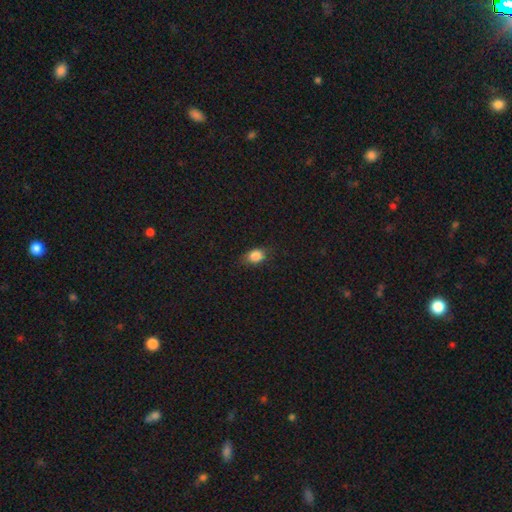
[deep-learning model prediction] A smooth galaxy with no disk features (85%) that is in between round and cigar-shaped (65%).

Vote fractions:
- Smooth or featured? smooth: 85% / star or artifact: 10% / featured or disk: 5%
- How rounded? in between: 65% / round: 34% / cigar-shaped: 2%
- Merging? none: 77% / minor disturbance: 18% / major disturbance: 4% / merger: 1%